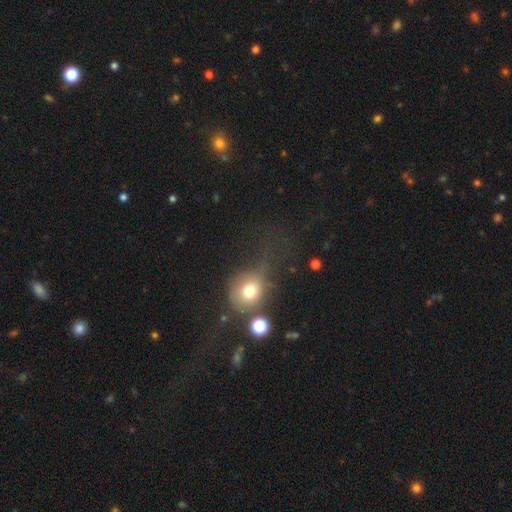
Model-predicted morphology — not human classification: Overall: smooth (43%; star or artifact 33%). Merging: none (41%; major disturbance 25%).